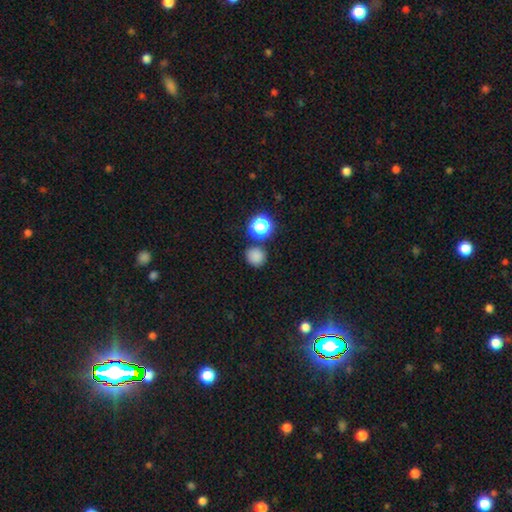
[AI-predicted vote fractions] Morphology: type=smooth (81%); roundness=round (88%); merging=none (81%).